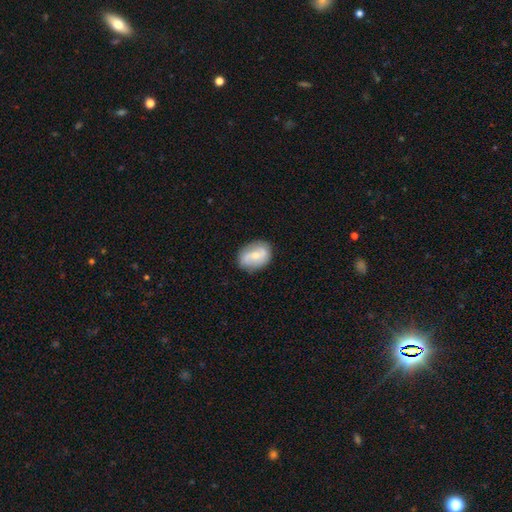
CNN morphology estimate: The model was most divided on "smooth or featured": smooth: 47%, featured or disk: 46%, star or artifact: 7%. More confident: merging — none (78%).